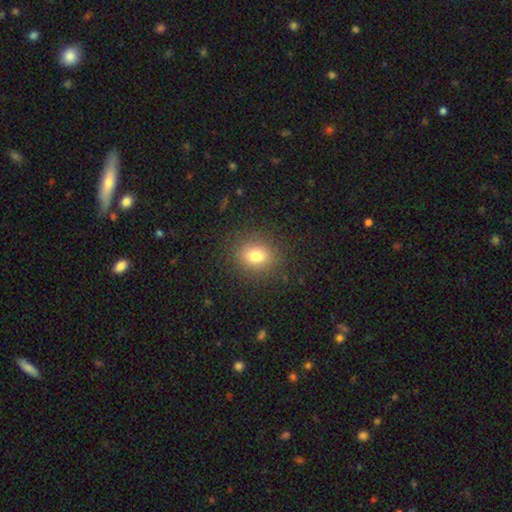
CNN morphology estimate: smooth 77%, star or artifact 13%, featured or disk 10%. Down the decision tree: how rounded — round (60%); merging — none (86%).